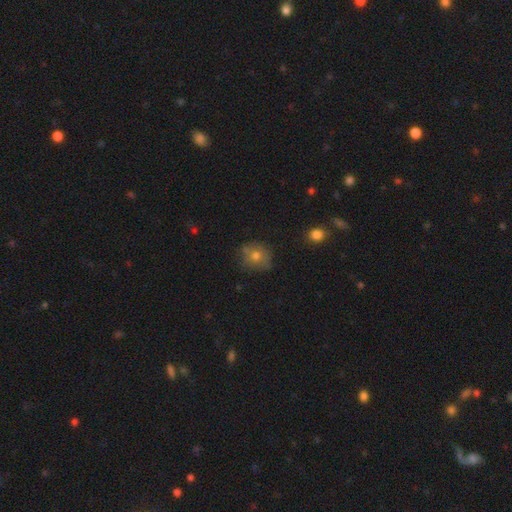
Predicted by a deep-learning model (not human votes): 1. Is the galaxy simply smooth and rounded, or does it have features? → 70% smooth, 19% featured or disk, 11% star or artifact.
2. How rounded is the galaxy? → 80% round, 19% in between, 1% cigar-shaped.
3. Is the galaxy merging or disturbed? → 63% none, 23% minor disturbance, 7% major disturbance, 7% merger.